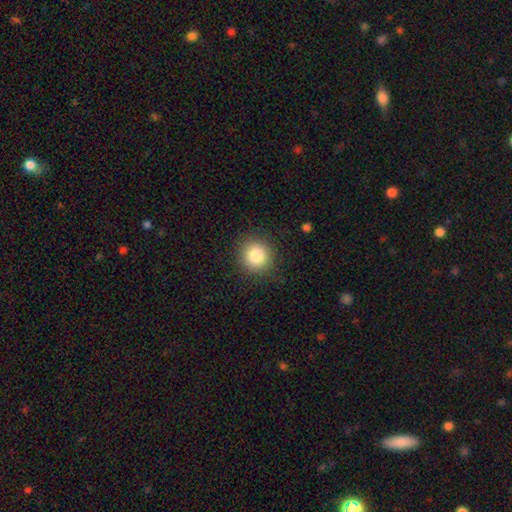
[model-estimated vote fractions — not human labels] Smooth or featured: smooth — 83% (star or artifact — 10%)
How rounded: round — 92% (in between — 7%)
Merging: none — 90% (minor disturbance — 7%)